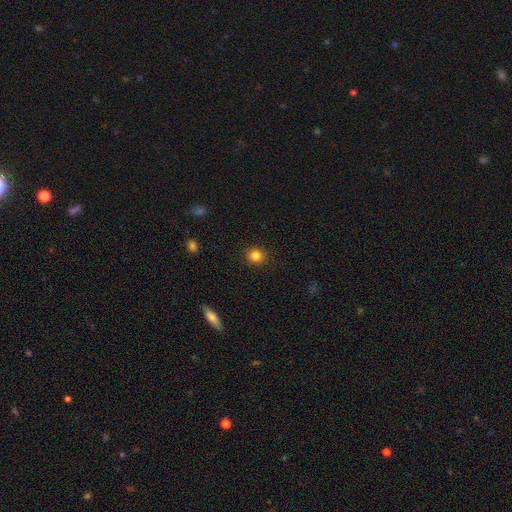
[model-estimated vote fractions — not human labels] Morphology: type=smooth (84%); roundness=round (87%); merging=none (91%).